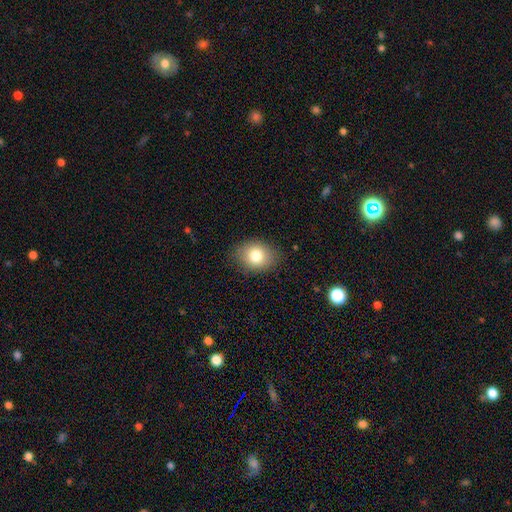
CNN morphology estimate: The model was most divided on "how rounded": in between: 55%, round: 44%, cigar-shaped: 1%. More confident: merging — none (84%); smooth or featured — smooth (80%).